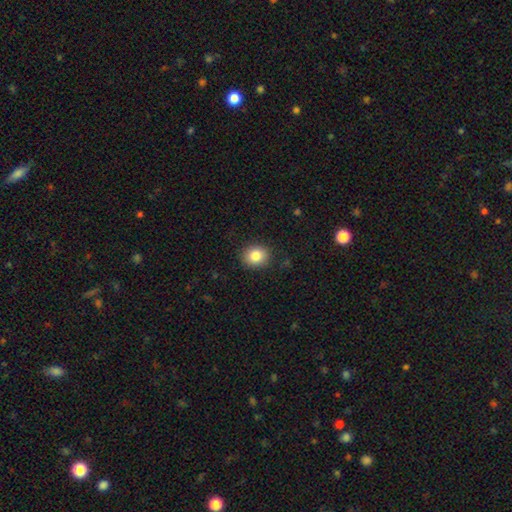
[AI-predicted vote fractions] Smooth or featured?
  - smooth: 84% *
  - star or artifact: 10%
  - featured or disk: 7%
How rounded?
  - round: 74% *
  - in between: 25%
  - cigar-shaped: 1%
Merging?
  - none: 89% *
  - minor disturbance: 8%
  - major disturbance: 2%
  - merger: 1%